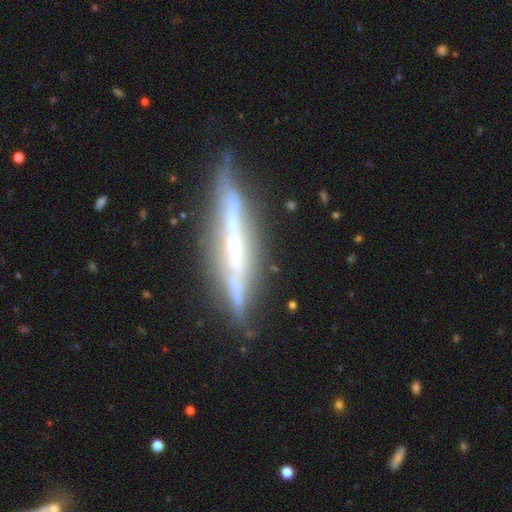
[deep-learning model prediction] Smooth or featured? Predicted: featured or disk (p=0.80). Edge-on disk? Predicted: yes (p=0.93). Edge-on bulge? Predicted: none (p=0.62). Merging? Predicted: none (p=0.78).